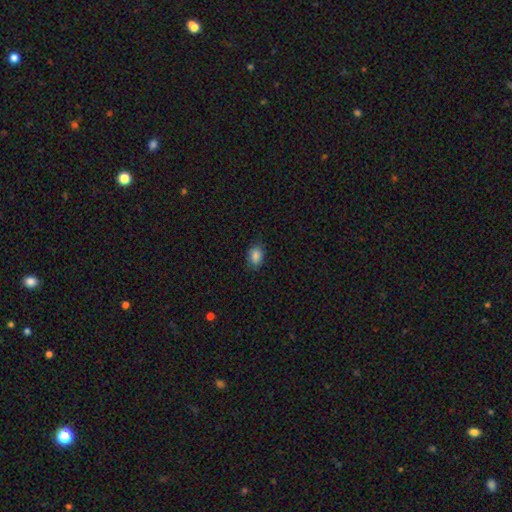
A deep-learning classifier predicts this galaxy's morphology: smooth 86%, star or artifact 9%, featured or disk 5%. Down the decision tree: how rounded — in between (79%); merging — none (80%).